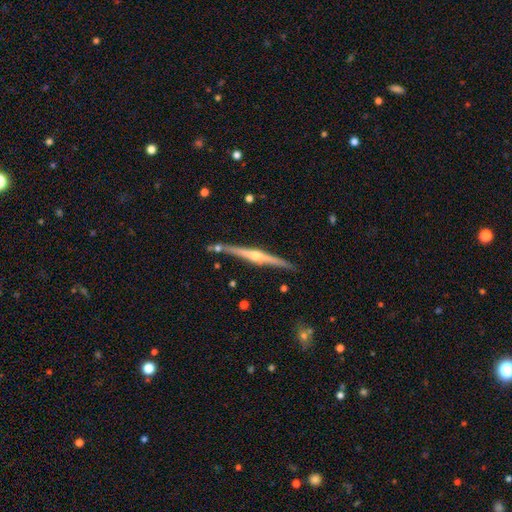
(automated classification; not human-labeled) smooth_or_featured: featured or disk (p=0.85) [alt: smooth p=0.10]
disk_edge_on: yes (p=0.98) [alt: no p=0.02]
edge_on_bulge: rounded (p=0.91) [alt: none p=0.05]
merging: none (p=0.87) [alt: minor disturbance p=0.08]